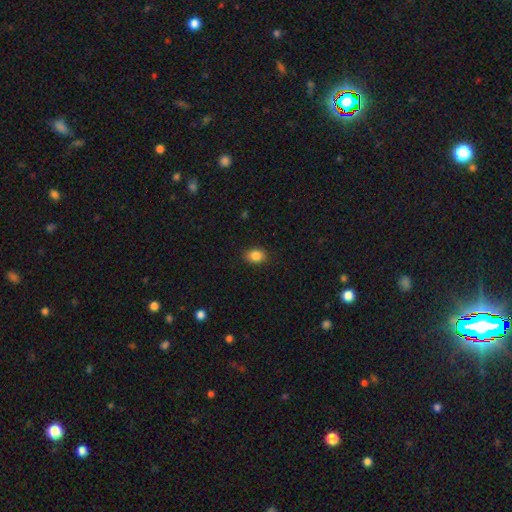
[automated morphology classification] smooth_or_featured: smooth (p=0.86) [alt: star or artifact p=0.09]
how_rounded: in between (p=0.66) [alt: round p=0.33]
merging: none (p=0.87) [alt: minor disturbance p=0.10]